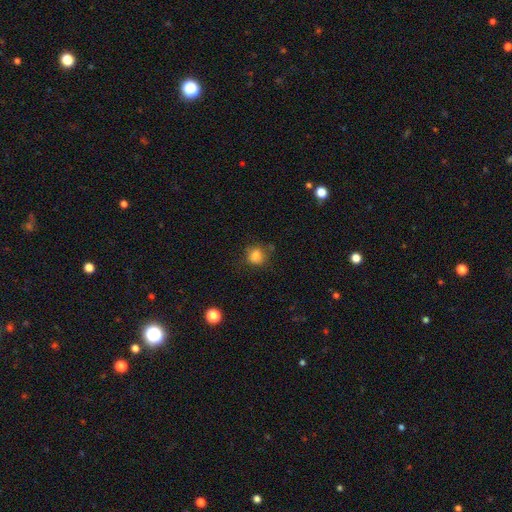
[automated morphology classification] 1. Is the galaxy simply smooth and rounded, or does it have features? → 82% smooth, 12% star or artifact, 6% featured or disk.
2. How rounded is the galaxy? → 76% round, 23% in between, 1% cigar-shaped.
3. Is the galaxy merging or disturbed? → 70% none, 20% minor disturbance, 7% major disturbance, 3% merger.